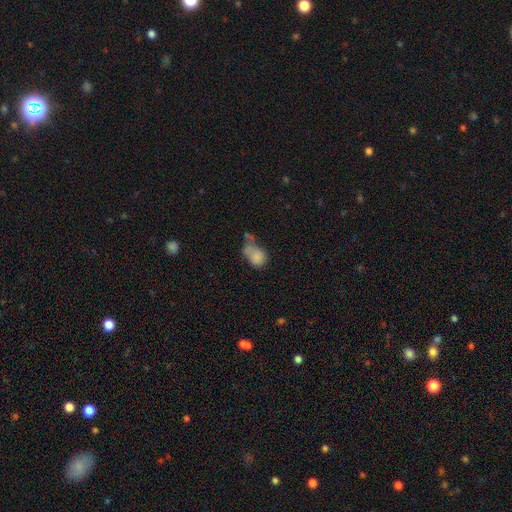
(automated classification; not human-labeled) Smooth or featured? Predicted: smooth (p=0.75). How rounded? Predicted: in between (p=0.66). Merging? Predicted: major disturbance (p=0.27, tied with merger).